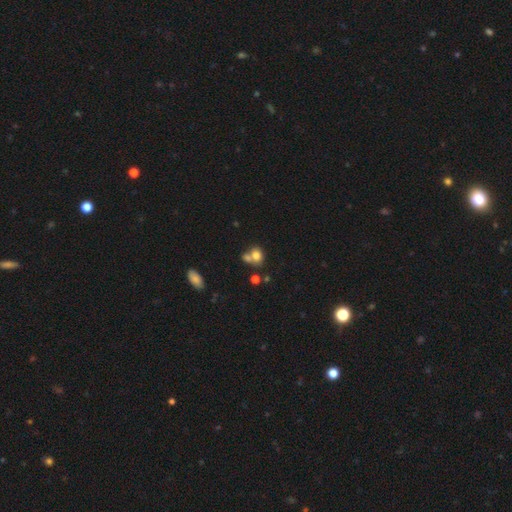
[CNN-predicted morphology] smooth_or_featured: smooth (p=0.76) [alt: featured or disk p=0.12]
how_rounded: round (p=0.59) [alt: in between p=0.40]
merging: merger (p=0.44) [alt: none p=0.41]